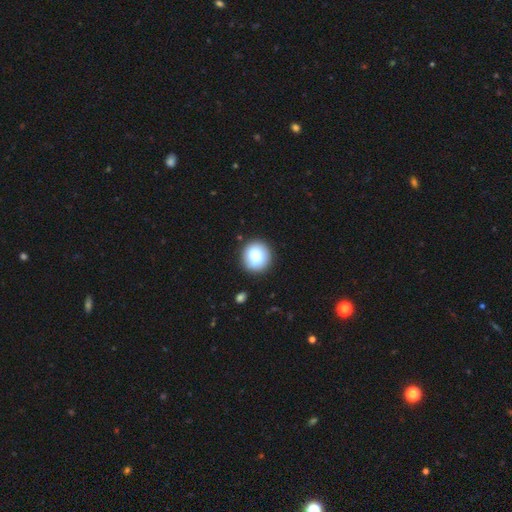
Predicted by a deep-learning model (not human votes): A smooth galaxy with no disk features (82%) that is round (92%). Merging: none (88%).